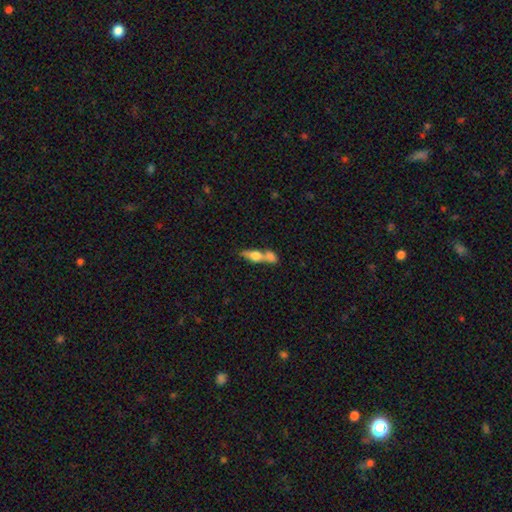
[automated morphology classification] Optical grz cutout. It shows a smooth galaxy with no disk features (57%) that is in between round and cigar-shaped (56%). Merging: merger (65%).